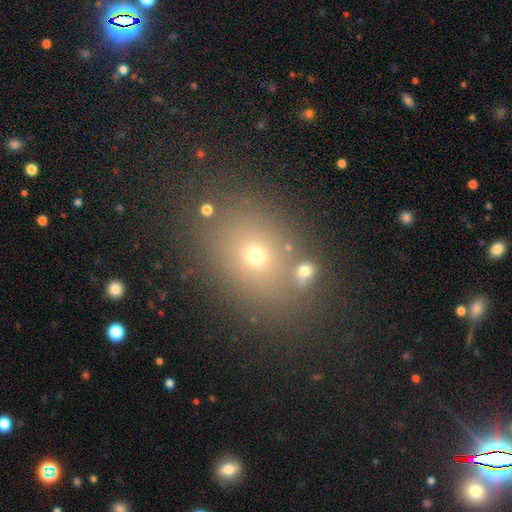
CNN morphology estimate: A smooth galaxy with no disk features (64%) that is in between round and cigar-shaped (53%). Merging: none (72%).